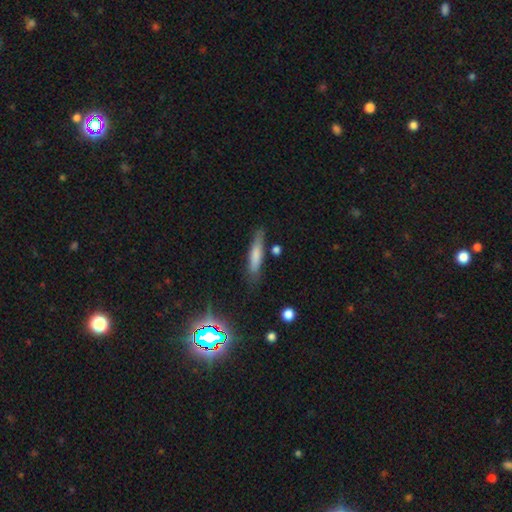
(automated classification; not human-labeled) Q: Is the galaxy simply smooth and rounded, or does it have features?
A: smooth — 70%.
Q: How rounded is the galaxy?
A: cigar-shaped — 82%.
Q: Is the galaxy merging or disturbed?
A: none — 73%.